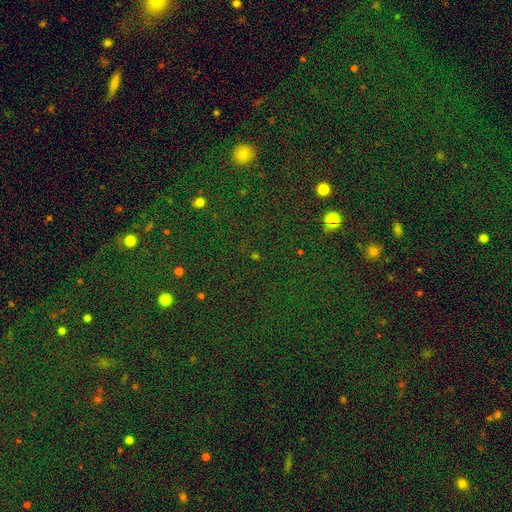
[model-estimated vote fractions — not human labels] A star or artifact, not a galaxy (80%).